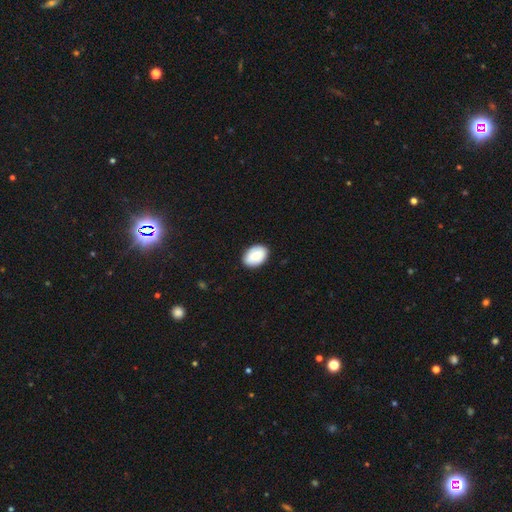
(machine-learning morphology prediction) Smooth or featured: smooth — 83% (featured or disk — 11%)
How rounded: in between — 85% (round — 14%)
Merging: none — 87% (minor disturbance — 10%)